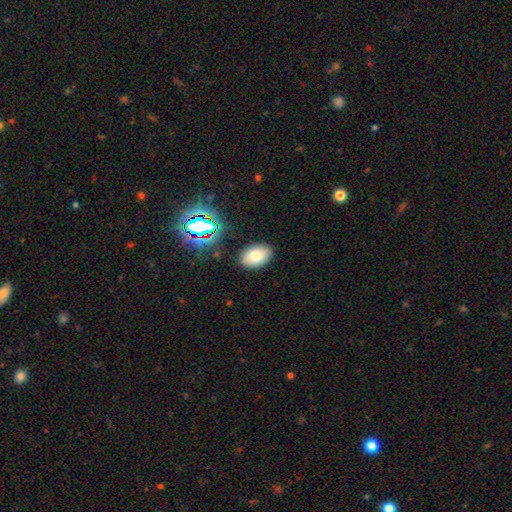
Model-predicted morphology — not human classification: This is likely a smooth galaxy (77%). How rounded: clearly in between (89%). Merging: clearly none (86%).